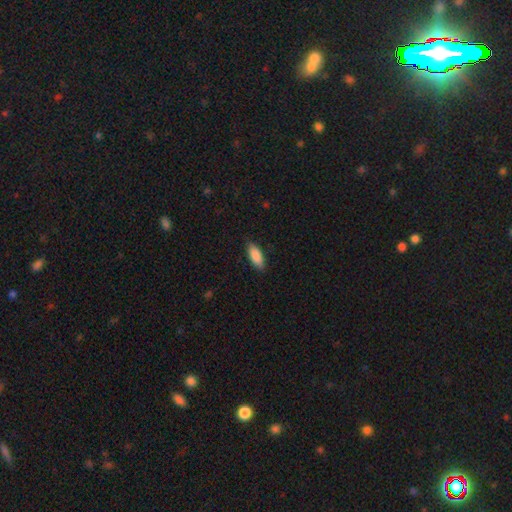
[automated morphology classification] This is clearly a smooth galaxy (89%). How rounded: likely in between (78%). Merging: clearly none (86%).